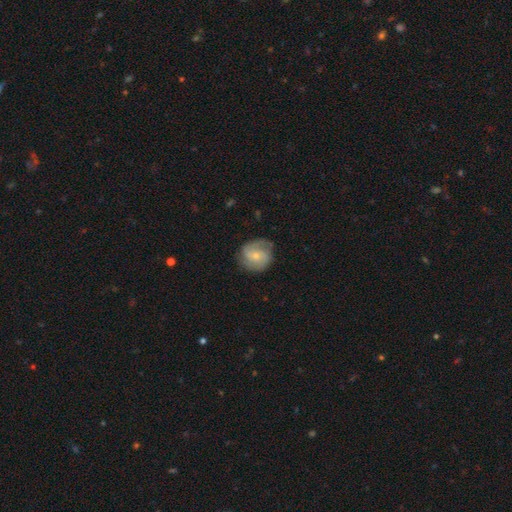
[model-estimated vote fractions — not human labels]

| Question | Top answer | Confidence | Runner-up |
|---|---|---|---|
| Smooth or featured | featured or disk | 66% | smooth (27%) |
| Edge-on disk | no | 98% | yes (2%) |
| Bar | no | 62% | weak (32%) |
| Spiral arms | yes | 92% | no (8%) |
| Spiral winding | tight | 43% | medium (42%) |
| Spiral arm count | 2 | 58% | can't tell (17%) |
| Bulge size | small | 64% | moderate (31%) |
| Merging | none | 74% | minor disturbance (18%) |